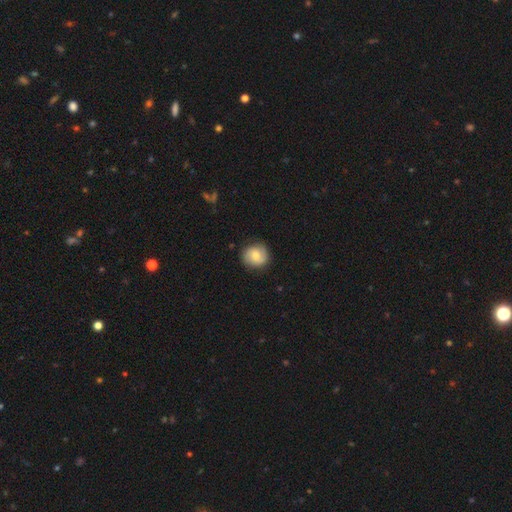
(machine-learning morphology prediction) Smooth or featured?
  - smooth: 61% *
  - featured or disk: 31%
  - star or artifact: 7%
How rounded?
  - round: 86% *
  - in between: 13%
  - cigar-shaped: 1%
Merging?
  - none: 85% *
  - minor disturbance: 12%
  - major disturbance: 3%
  - merger: 1%